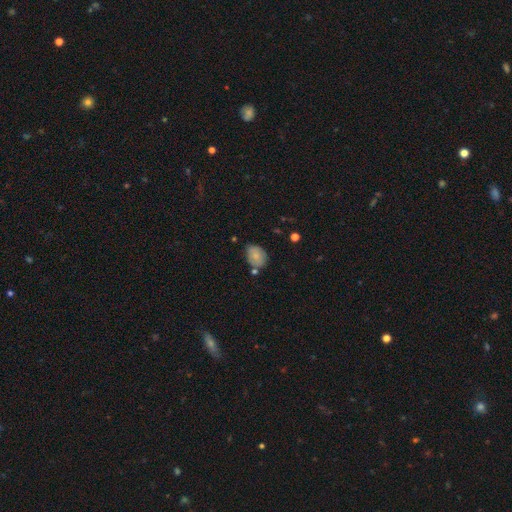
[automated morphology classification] smooth 76%, featured or disk 15%, star or artifact 9%. Down the decision tree: how rounded — in between (74%); merging — none (64%).